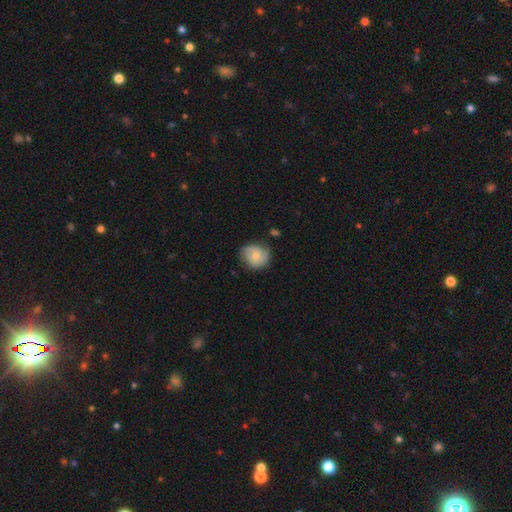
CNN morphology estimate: type=smooth (63%); roundness=round (75%); merging=none (64%).